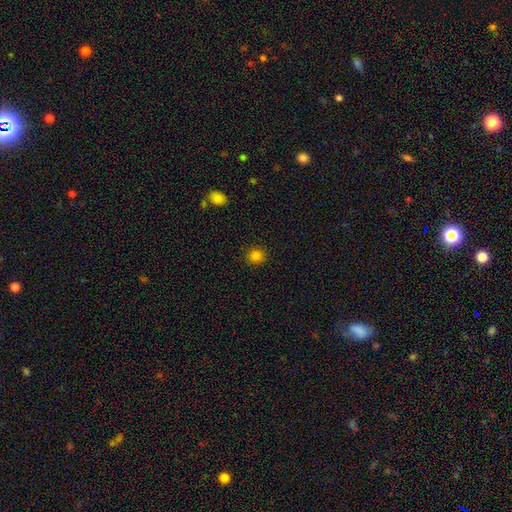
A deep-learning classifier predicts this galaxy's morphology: smooth 82%, star or artifact 13%, featured or disk 4%. Down the decision tree: how rounded — round (87%); merging — none (91%).